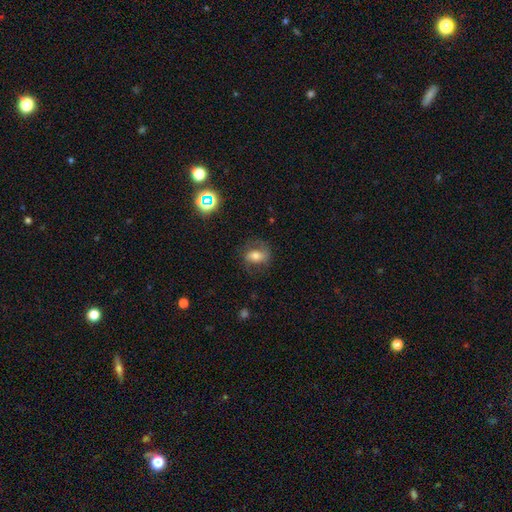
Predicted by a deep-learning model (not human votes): smooth_or_featured: featured or disk (p=0.47) [alt: smooth p=0.42]
merging: none (p=0.67) [alt: minor disturbance p=0.19]